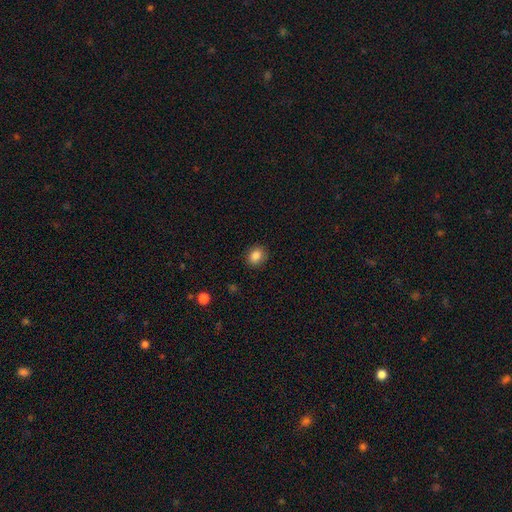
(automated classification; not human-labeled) Smooth or featured? smooth (86%)
How rounded? round (57%)
Merging? none (88%)